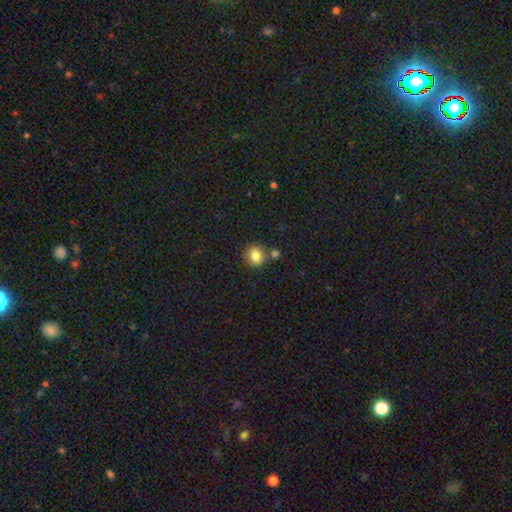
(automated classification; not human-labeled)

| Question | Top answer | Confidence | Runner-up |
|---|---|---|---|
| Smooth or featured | smooth | 84% | star or artifact (10%) |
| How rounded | round | 84% | in between (15%) |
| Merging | none | 71% | merger (15%) |